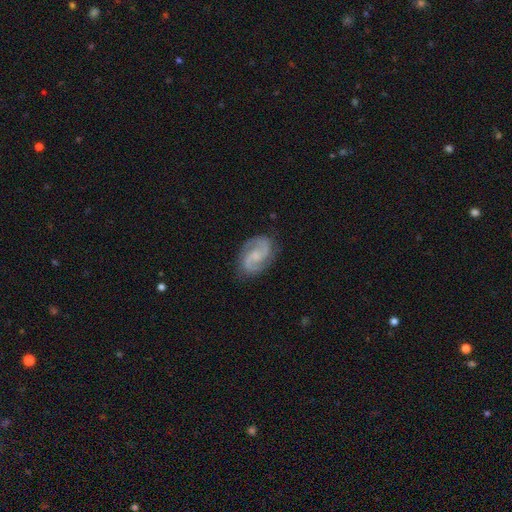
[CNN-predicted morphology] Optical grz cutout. It shows a featured or disk galaxy (89%) with no bar (49%), 2 (94%) medium (58%) spiral arms (98%) and a small central bulge (49%). Merging: none (84%).